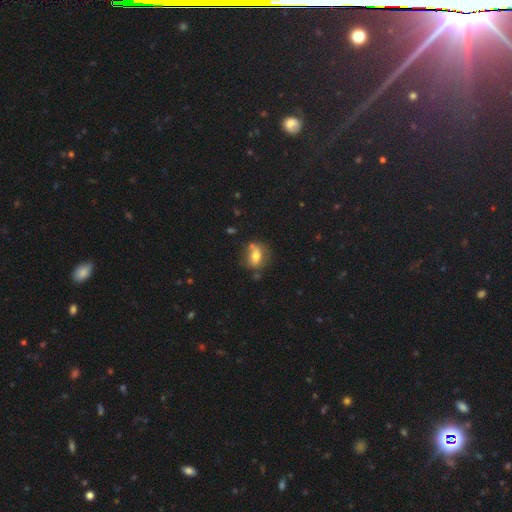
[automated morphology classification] type=smooth (65%); roundness=in between (65%); merging=none (52%).